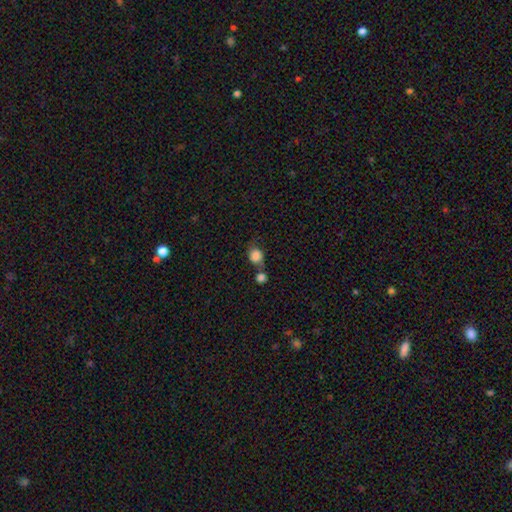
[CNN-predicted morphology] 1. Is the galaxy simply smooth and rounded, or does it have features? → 83% smooth, 10% star or artifact, 8% featured or disk.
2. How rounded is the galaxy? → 71% round, 27% in between, 1% cigar-shaped.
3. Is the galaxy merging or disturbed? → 42% merger, 37% none, 13% minor disturbance, 8% major disturbance.